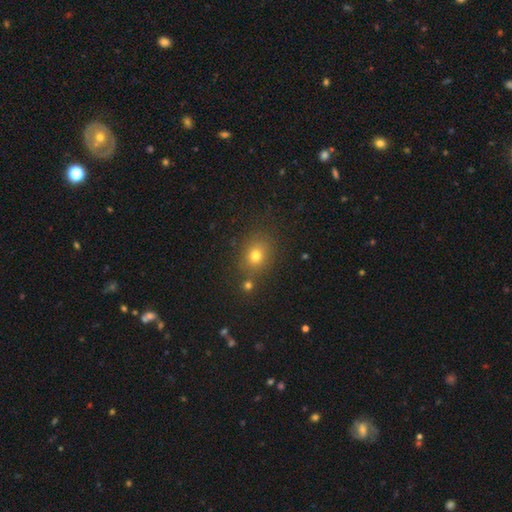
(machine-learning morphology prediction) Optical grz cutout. It shows a smooth galaxy with no disk features (74%) that is round (59%). Merging: none (76%).